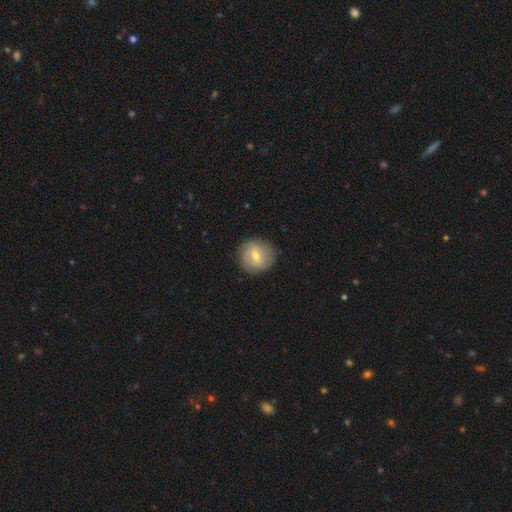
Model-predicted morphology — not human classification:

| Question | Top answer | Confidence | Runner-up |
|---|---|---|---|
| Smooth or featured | smooth | 54% | featured or disk (38%) |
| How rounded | round | 90% | in between (9%) |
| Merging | none | 84% | minor disturbance (12%) |